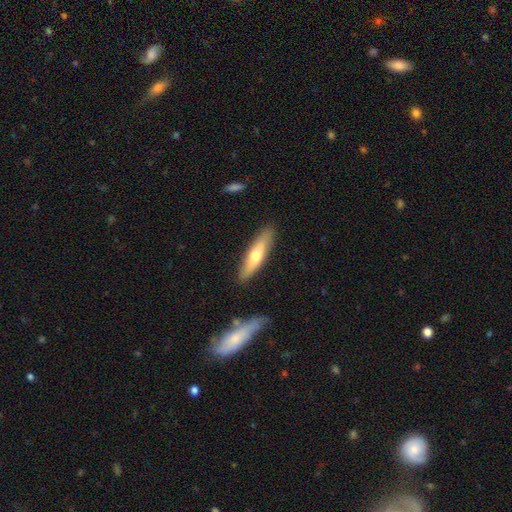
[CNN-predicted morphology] smooth-or-featured: smooth: 55% | featured or disk: 39% | star or artifact: 5%
  how-rounded: cigar-shaped: 70% | in between: 29% | round: 2%
  merging: none: 87% | minor disturbance: 10% | major disturbance: 2% | merger: 2%